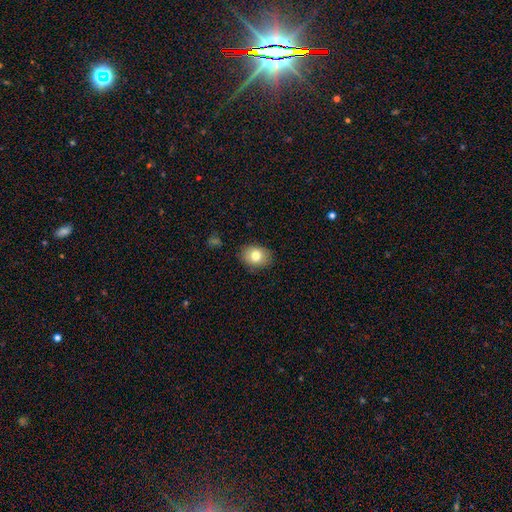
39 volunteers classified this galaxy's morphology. type=smooth (74%); roundness=round (59%); merging=none (78%).